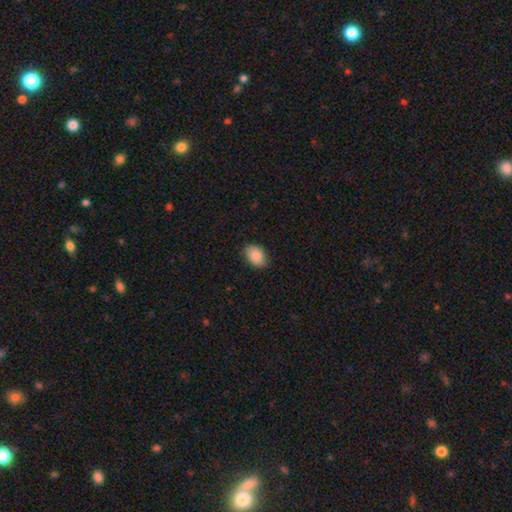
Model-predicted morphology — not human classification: The model was most divided on "how rounded": in between: 85%, round: 14%, cigar-shaped: 1%. More confident: smooth or featured — smooth (88%); merging — none (86%).